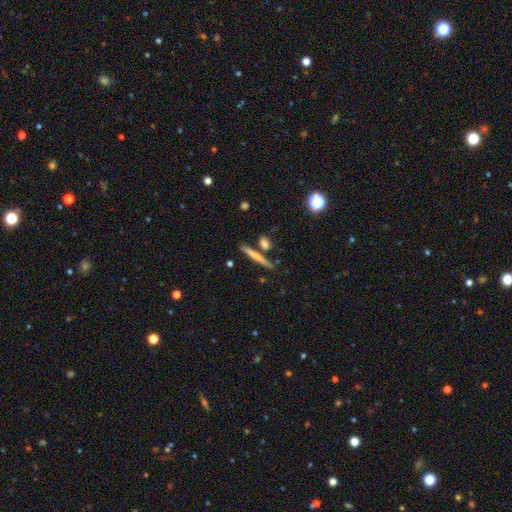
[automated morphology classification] smooth 62%, featured or disk 32%, star or artifact 6%. Down the decision tree: how rounded — cigar-shaped (92%); merging — none (79%).